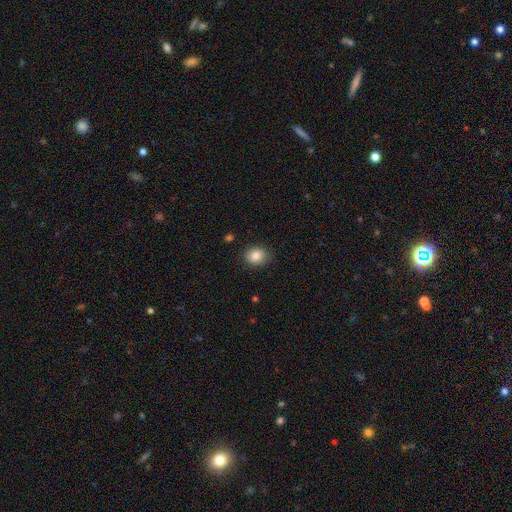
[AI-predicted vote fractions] Q: Smooth or featured?
A: smooth (85%); runner-up: star or artifact (9%)
Q: How rounded?
A: round (61%); runner-up: in between (38%)
Q: Merging?
A: none (87%); runner-up: minor disturbance (9%)